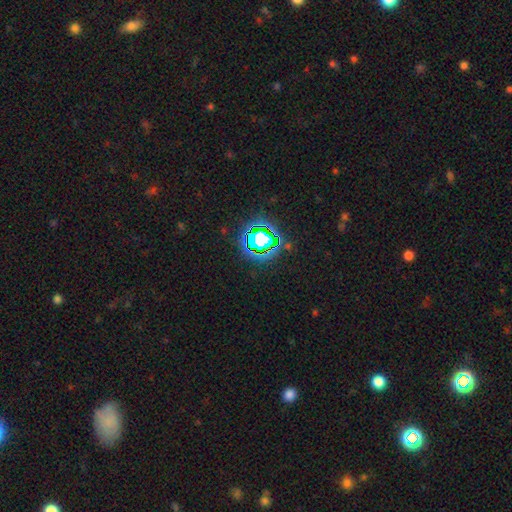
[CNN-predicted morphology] Smooth or featured? Predicted: star or artifact (p=0.76).